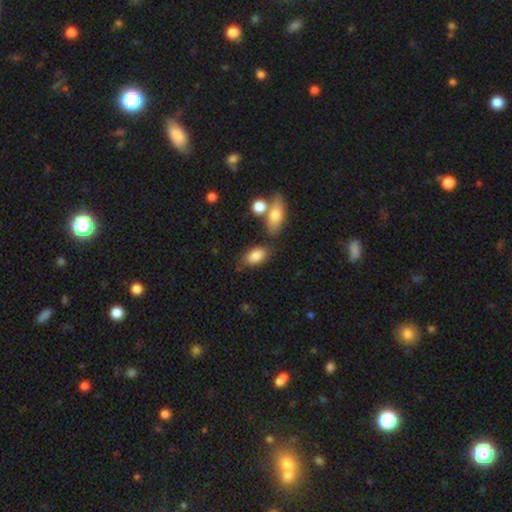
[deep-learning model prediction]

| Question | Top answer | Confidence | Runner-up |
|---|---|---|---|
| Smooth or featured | smooth | 84% | featured or disk (9%) |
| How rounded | in between | 91% | round (5%) |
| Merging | none | 69% | minor disturbance (15%) |